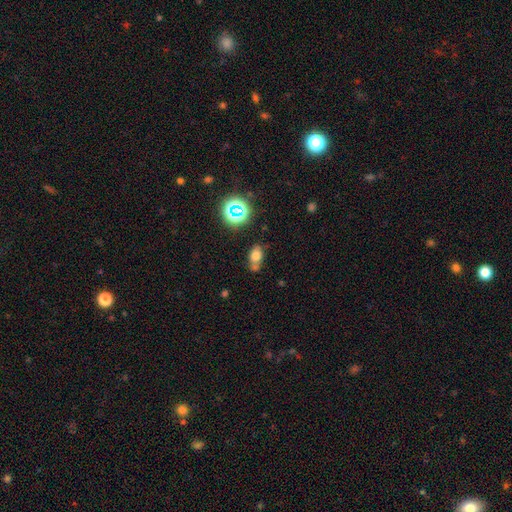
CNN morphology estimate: Smooth or featured? smooth (70%)
How rounded? in between (70%)
Merging? none (52%)